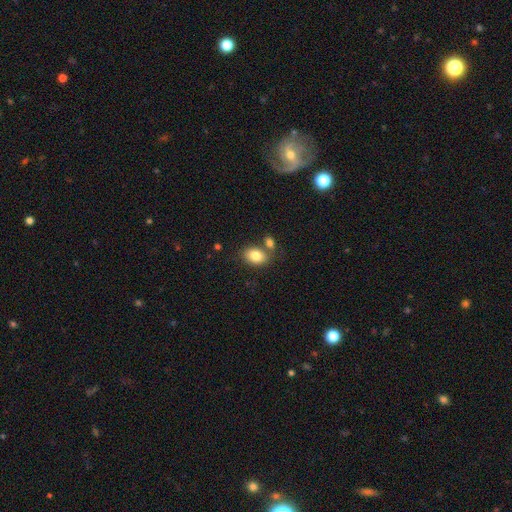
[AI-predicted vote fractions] A smooth galaxy with no disk features (83%) that is in between round and cigar-shaped (78%).

Vote fractions:
- Smooth or featured? smooth: 83% / featured or disk: 9% / star or artifact: 8%
- How rounded? in between: 78% / round: 20% / cigar-shaped: 1%
- Merging? none: 61% / merger: 23% / minor disturbance: 12% / major disturbance: 4%